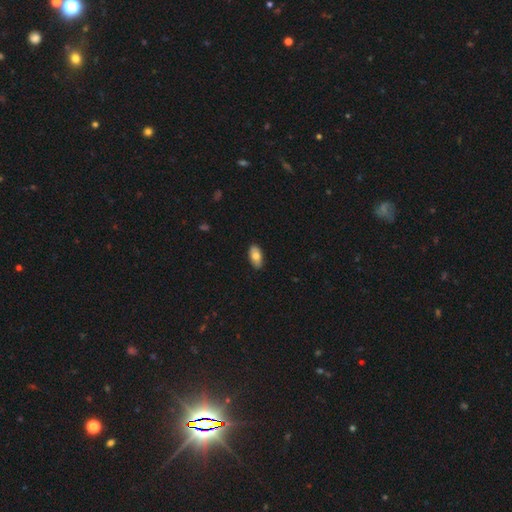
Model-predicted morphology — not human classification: A smooth galaxy with no disk features (77%) that is in between round and cigar-shaped (92%).

Vote fractions:
- Smooth or featured? smooth: 77% / featured or disk: 16% / star or artifact: 6%
- How rounded? in between: 92% / cigar-shaped: 5% / round: 3%
- Merging? none: 88% / minor disturbance: 10% / major disturbance: 2% / merger: 1%